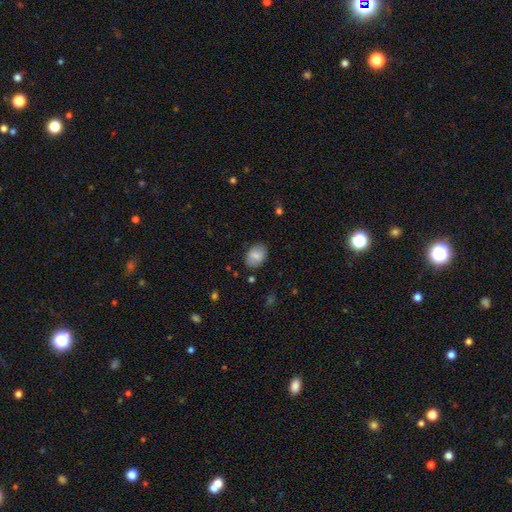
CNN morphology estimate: smooth-or-featured: smooth: 77% | featured or disk: 15% | star or artifact: 7%
  how-rounded: in between: 75% | round: 24% | cigar-shaped: 1%
  merging: none: 82% | minor disturbance: 14% | major disturbance: 3% | merger: 1%